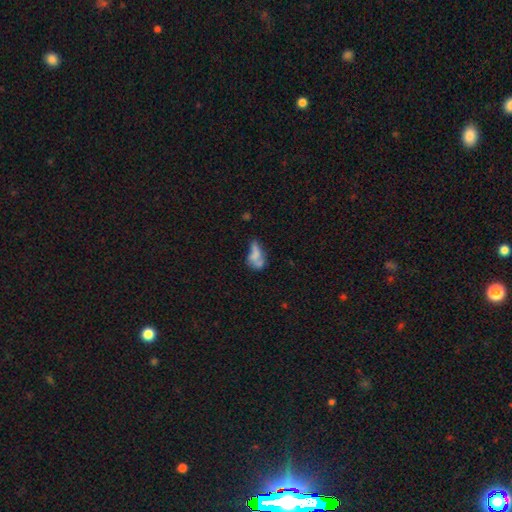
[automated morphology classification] This appears to be a smooth galaxy with no disk features (53%) that is in between round and cigar-shaped (78%). Merging: merger (28%).